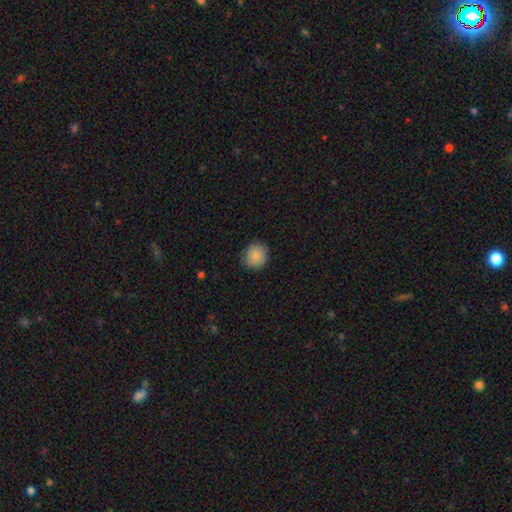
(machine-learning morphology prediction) smooth_or_featured: smooth (p=0.87) [alt: star or artifact p=0.08]
how_rounded: round (p=0.87) [alt: in between p=0.12]
merging: none (p=0.88) [alt: minor disturbance p=0.09]